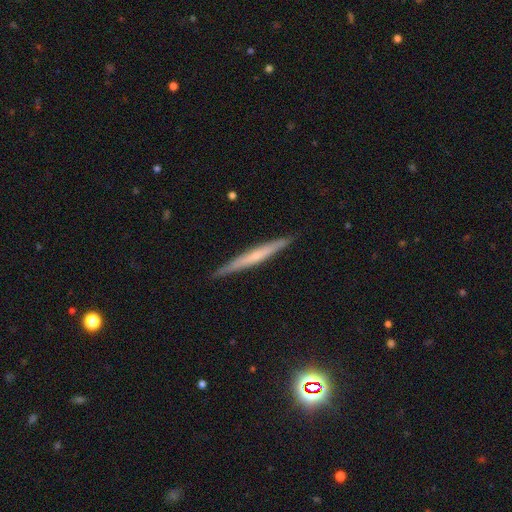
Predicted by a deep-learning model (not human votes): A featured or disk galaxy (54%) viewed edge-on (96%) with no central bulge (62%).

Vote fractions:
- Smooth or featured? featured or disk: 54% / smooth: 40% / star or artifact: 6%
- Edge-on disk? yes: 96% / no: 4%
- Edge-on bulge? none: 62% / rounded: 32% / boxy: 6%
- Merging? none: 90% / minor disturbance: 8% / major disturbance: 1% / merger: 1%